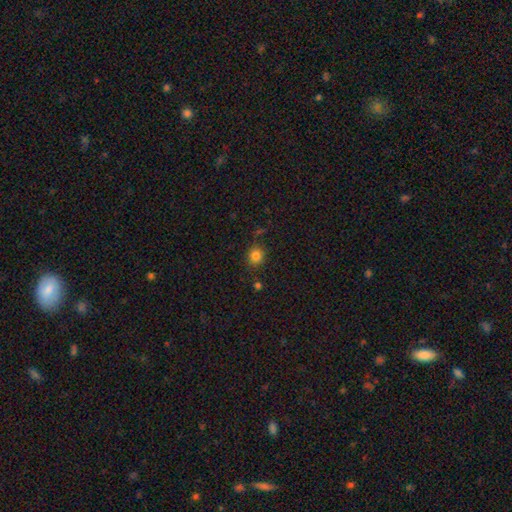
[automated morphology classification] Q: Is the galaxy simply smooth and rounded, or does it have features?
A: smooth — 82%.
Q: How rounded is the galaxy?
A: round — 80%.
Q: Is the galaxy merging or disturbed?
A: none — 82%.